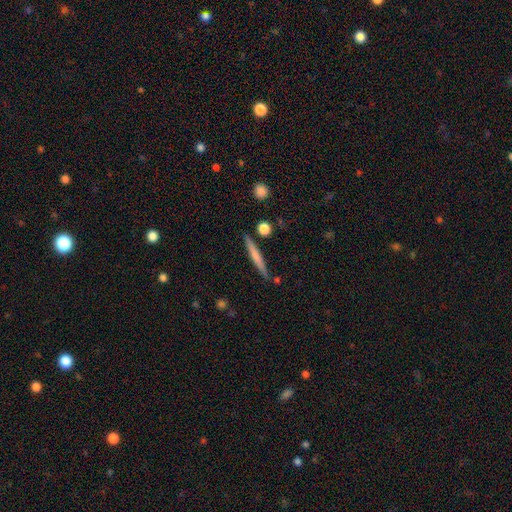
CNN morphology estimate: Smooth or featured: smooth — 58% (featured or disk — 36%)
How rounded: cigar-shaped — 95% (in between — 3%)
Merging: none — 86% (minor disturbance — 9%)